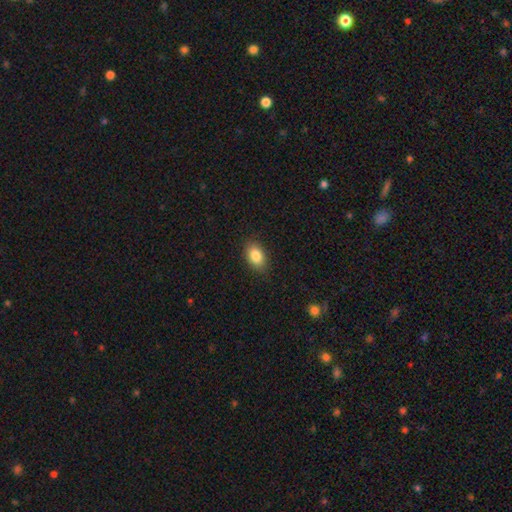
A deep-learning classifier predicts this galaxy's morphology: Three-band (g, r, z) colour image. It shows a smooth galaxy with no disk features (85%) that is in between round and cigar-shaped (87%). Merging: none (86%).